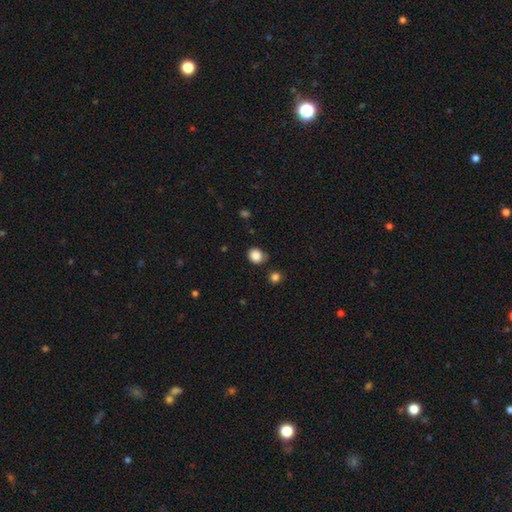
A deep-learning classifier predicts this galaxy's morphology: type=smooth (86%); roundness=round (68%); merging=none (73%).